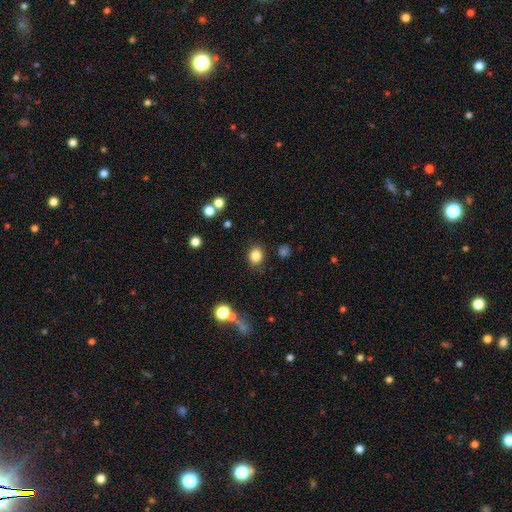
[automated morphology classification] smooth 83%, star or artifact 11%, featured or disk 5%. Down the decision tree: how rounded — round (67%); merging — none (85%).